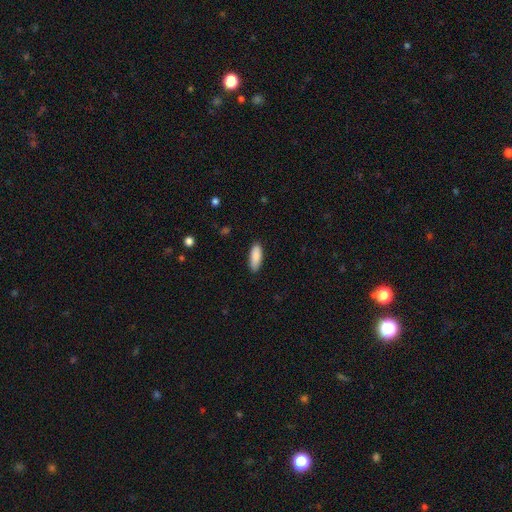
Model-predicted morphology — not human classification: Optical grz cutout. It shows a smooth galaxy with no disk features (89%) that is in between round and cigar-shaped (69%). Merging: none (87%).